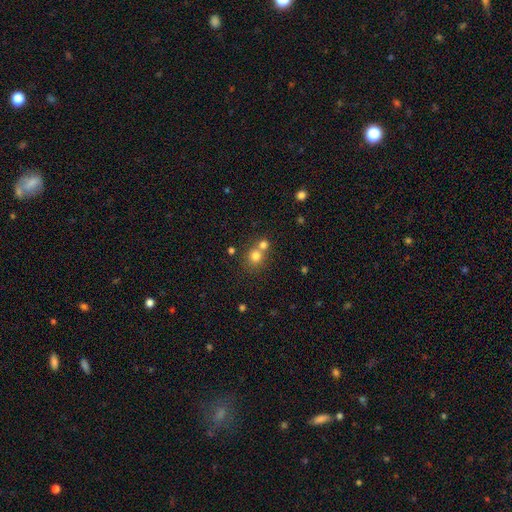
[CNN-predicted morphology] smooth-or-featured: smooth: 76% | star or artifact: 15% | featured or disk: 9%
  how-rounded: round: 86% | in between: 13% | cigar-shaped: 1%
  merging: none: 48% | merger: 44% | minor disturbance: 6% | major disturbance: 2%